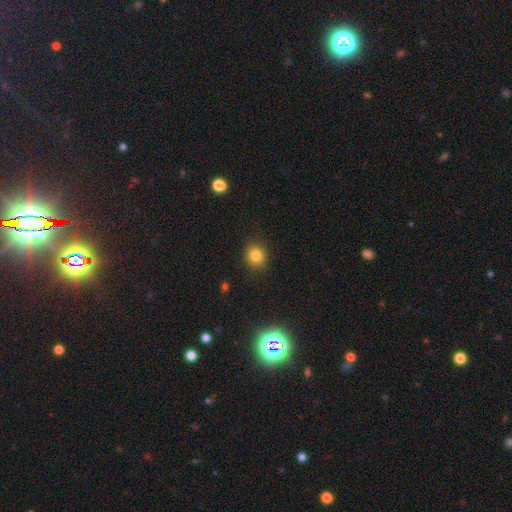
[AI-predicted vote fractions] Smooth or featured: smooth — 82% (star or artifact — 12%)
How rounded: round — 73% (in between — 26%)
Merging: none — 87% (minor disturbance — 9%)